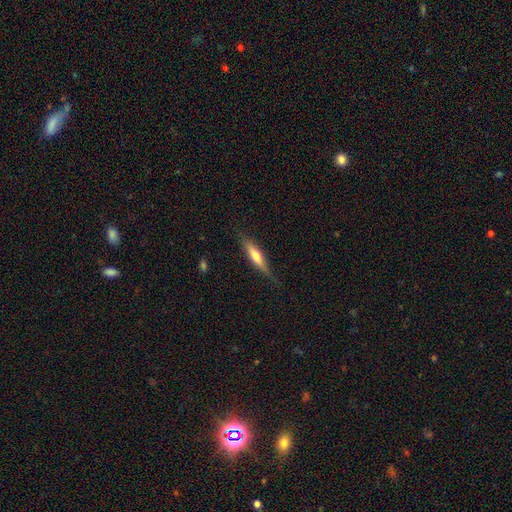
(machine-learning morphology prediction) Smooth or featured? Predicted: smooth (p=0.49). Merging? Predicted: none (p=0.78).